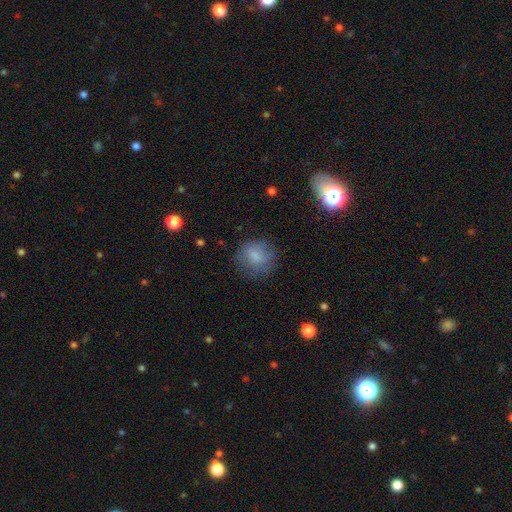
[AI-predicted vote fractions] Smooth or featured? Predicted: smooth (p=0.75). How rounded? Predicted: round (p=0.80). Merging? Predicted: none (p=0.70).